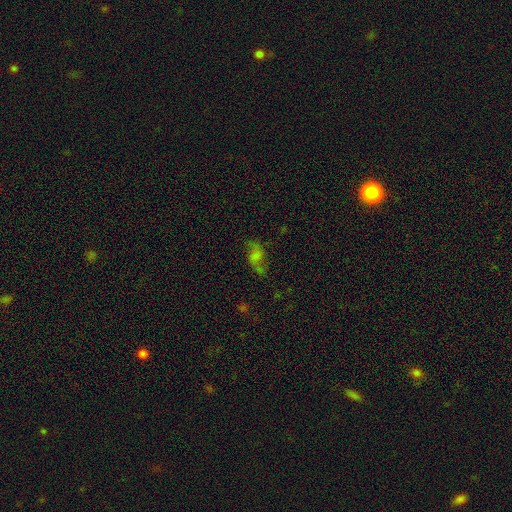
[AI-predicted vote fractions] Smooth or featured: featured or disk — 44% (smooth — 36%)
Merging: none — 60% (minor disturbance — 20%)